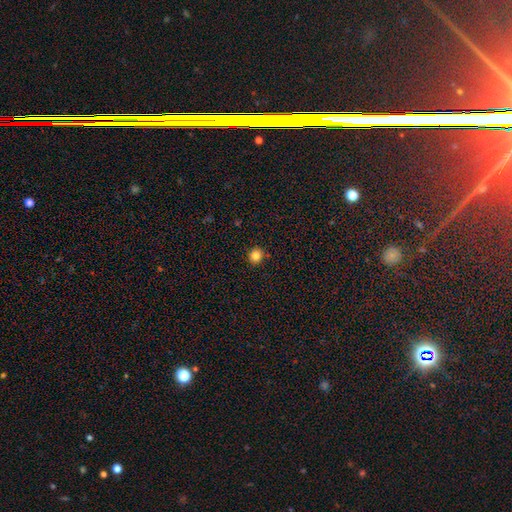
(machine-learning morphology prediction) A smooth galaxy with no disk features (83%) that is round (91%).

Vote fractions:
- Smooth or featured? smooth: 83% / star or artifact: 12% / featured or disk: 5%
- How rounded? round: 91% / in between: 8% / cigar-shaped: 1%
- Merging? none: 90% / minor disturbance: 6% / major disturbance: 2% / merger: 2%